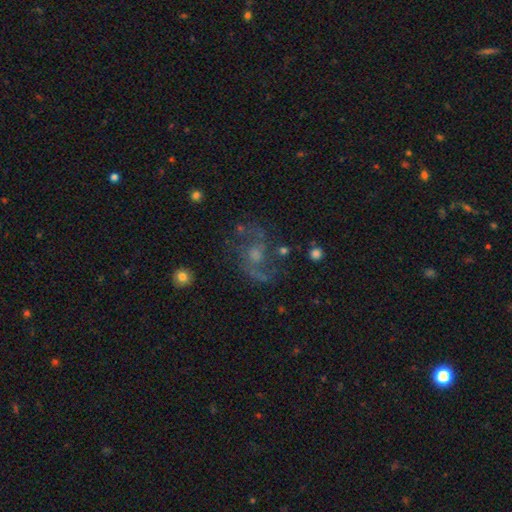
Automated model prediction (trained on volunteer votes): Overall: featured or disk (76%). Edge-on disk: no (97%). Bar: no (61%; weak 33%). Spiral arms: yes (91%). Spiral arm count: 2 (86%). Spiral winding: loose (45%, tied with medium). Bulge size: moderate (48%; small 37%). Merging: none (70%).